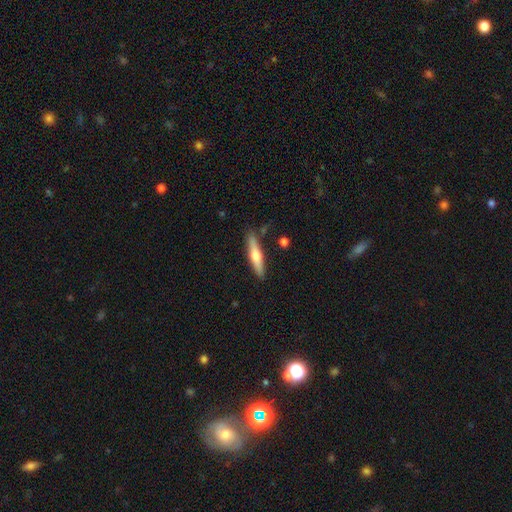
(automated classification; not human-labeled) Q: Smooth or featured?
A: smooth (49%); runner-up: featured or disk (46%)
Q: Merging?
A: none (85%); runner-up: minor disturbance (10%)